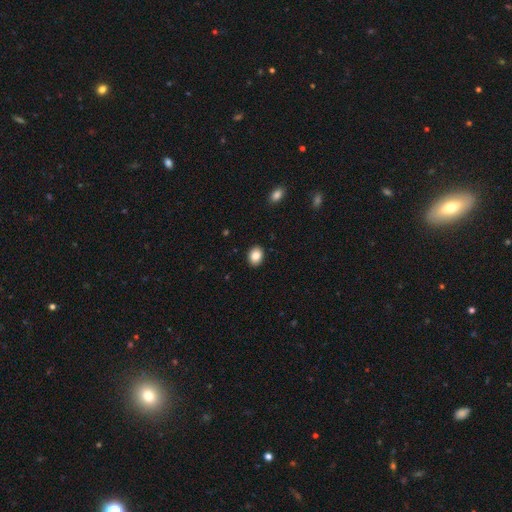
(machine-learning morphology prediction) This appears to be a smooth galaxy with no disk features (87%) that is in between round and cigar-shaped (65%). Merging: none (90%).